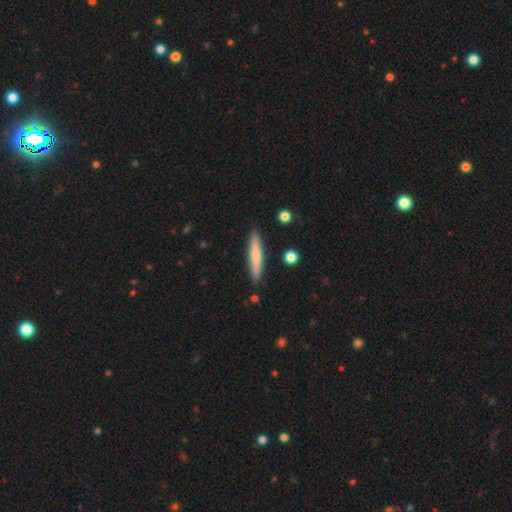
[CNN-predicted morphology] The model was most divided on "smooth or featured": smooth: 64%, featured or disk: 31%, star or artifact: 6%. More confident: how rounded — cigar-shaped (89%); merging — none (87%).